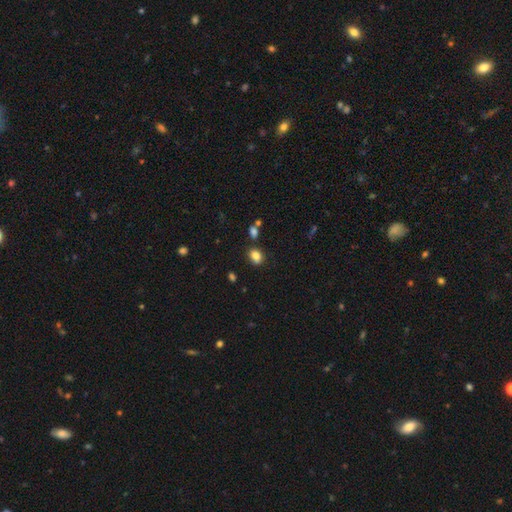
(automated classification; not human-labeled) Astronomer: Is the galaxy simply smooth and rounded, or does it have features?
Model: smooth — 83%.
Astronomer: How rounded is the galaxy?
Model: in between — 64%.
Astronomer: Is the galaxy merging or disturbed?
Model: none — 73%.